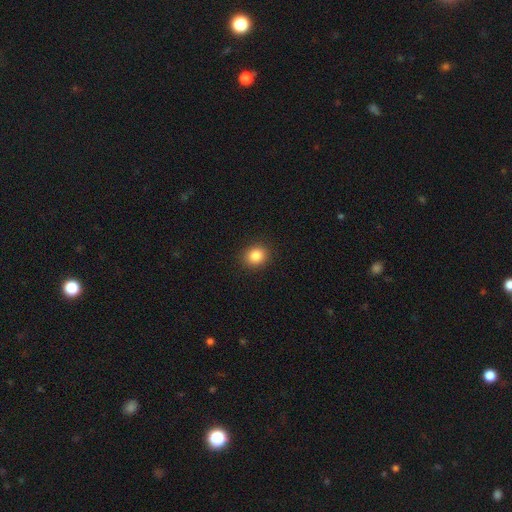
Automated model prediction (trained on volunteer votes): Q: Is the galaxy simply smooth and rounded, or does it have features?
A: smooth — 85%.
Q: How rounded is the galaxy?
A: round — 71%.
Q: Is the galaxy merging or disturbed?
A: none — 91%.